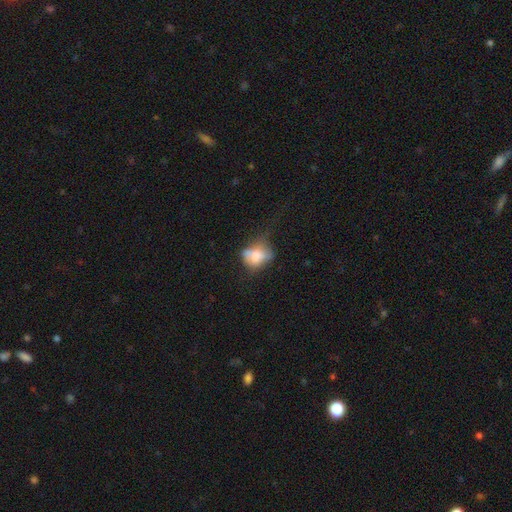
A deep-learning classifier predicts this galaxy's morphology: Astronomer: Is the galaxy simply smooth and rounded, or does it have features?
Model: smooth — 64%.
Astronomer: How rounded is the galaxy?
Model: in between — 58% (runner-up: round, 40%).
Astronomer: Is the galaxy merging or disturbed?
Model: none — 33% (runner-up: minor disturbance, 31%).